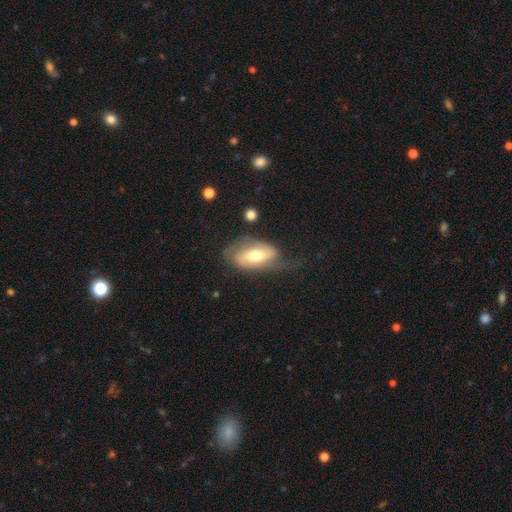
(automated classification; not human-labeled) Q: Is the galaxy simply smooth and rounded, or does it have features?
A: featured or disk — 60%.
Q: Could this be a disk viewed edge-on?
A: no — 91%.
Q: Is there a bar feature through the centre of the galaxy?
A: no — 40%.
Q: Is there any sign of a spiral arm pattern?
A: yes — 81%.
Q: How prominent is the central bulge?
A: moderate — 68%.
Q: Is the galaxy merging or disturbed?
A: none — 42%.